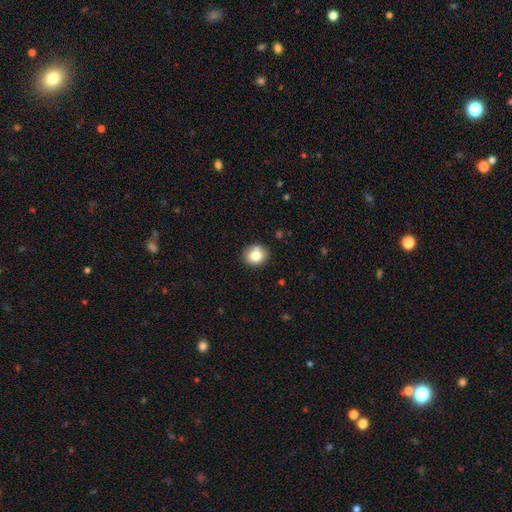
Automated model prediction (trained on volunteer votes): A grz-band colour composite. It shows a smooth galaxy with no disk features (78%) that is round (74%). Merging: none (76%).